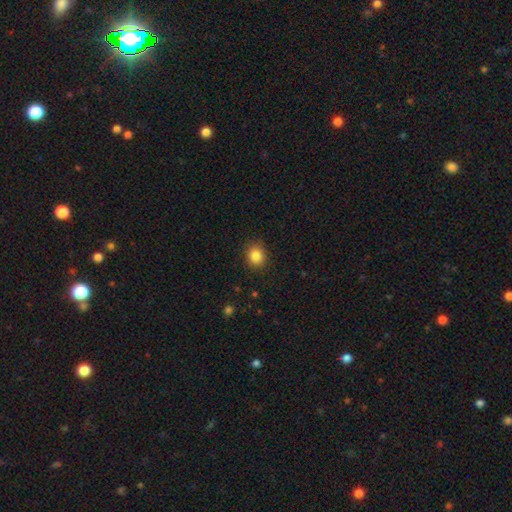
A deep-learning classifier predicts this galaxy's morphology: Smooth or featured: smooth — 85% (star or artifact — 11%)
How rounded: round — 78% (in between — 21%)
Merging: none — 89% (minor disturbance — 8%)